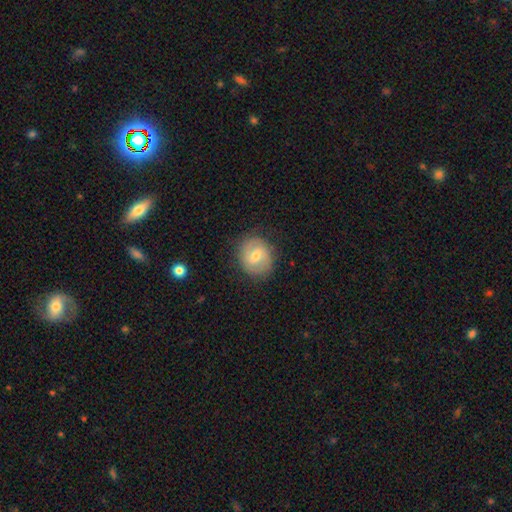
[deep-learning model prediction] A smooth galaxy with no disk features (47%).

Vote fractions:
- Smooth or featured? smooth: 47% / featured or disk: 46% / star or artifact: 7%
- Merging? none: 82% / minor disturbance: 13% / major disturbance: 4% / merger: 1%